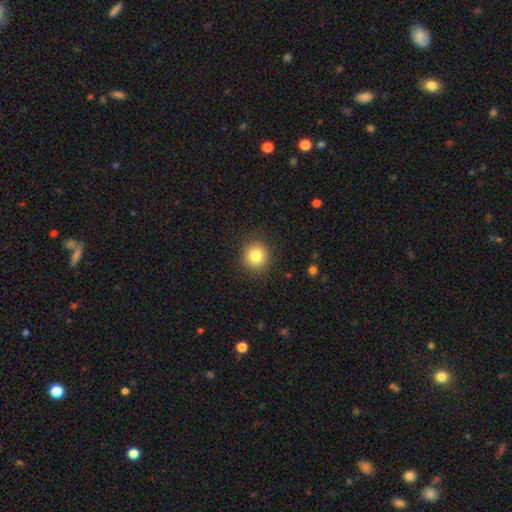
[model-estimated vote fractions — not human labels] Smooth or featured?
  - smooth: 83% *
  - star or artifact: 10%
  - featured or disk: 7%
How rounded?
  - round: 90% *
  - in between: 9%
  - cigar-shaped: 1%
Merging?
  - none: 90% *
  - minor disturbance: 7%
  - major disturbance: 2%
  - merger: 1%